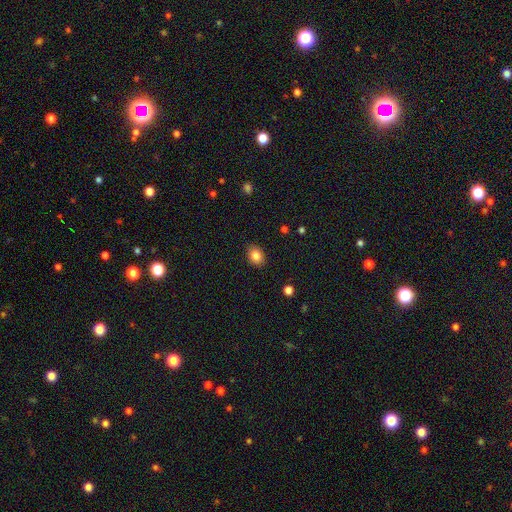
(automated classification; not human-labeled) Morphology: type=smooth (84%); roundness=in between (62%); merging=none (88%).